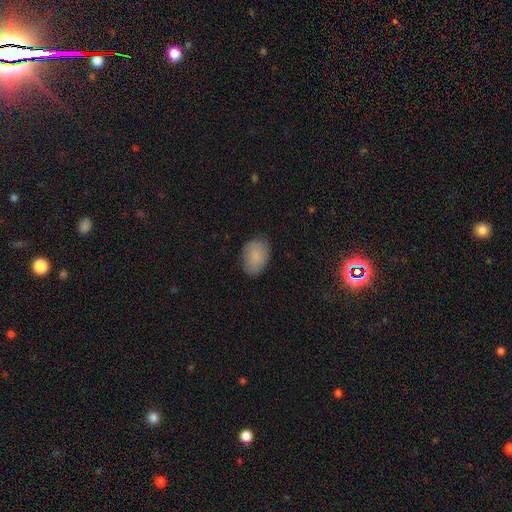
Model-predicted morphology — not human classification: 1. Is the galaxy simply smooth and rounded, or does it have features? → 86% smooth, 8% star or artifact, 7% featured or disk.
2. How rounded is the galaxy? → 86% in between, 13% round, 1% cigar-shaped.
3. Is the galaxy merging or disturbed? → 82% none, 14% minor disturbance, 3% major disturbance, 1% merger.